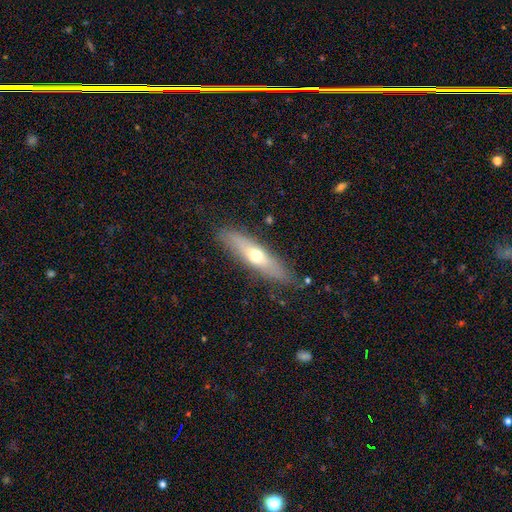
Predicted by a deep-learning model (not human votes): smooth 48%, featured or disk 46%, star or artifact 6%. Down the decision tree: merging — none (83%).